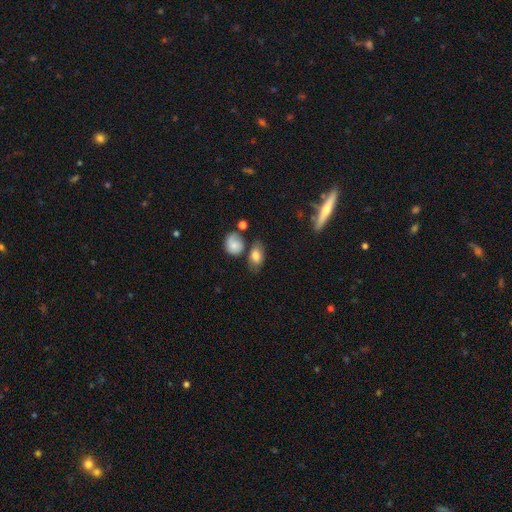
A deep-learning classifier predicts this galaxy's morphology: A smooth galaxy with no disk features (77%) that is in between round and cigar-shaped (79%).

Vote fractions:
- Smooth or featured? smooth: 77% / featured or disk: 14% / star or artifact: 9%
- How rounded? in between: 79% / round: 18% / cigar-shaped: 3%
- Merging? none: 58% / minor disturbance: 21% / merger: 15% / major disturbance: 7%